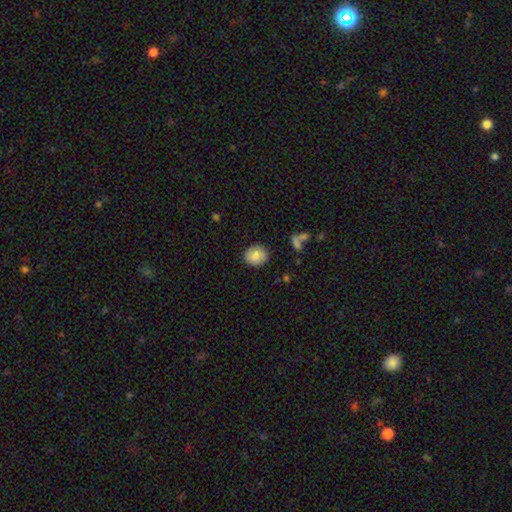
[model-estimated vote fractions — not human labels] smooth-or-featured: smooth: 85% | featured or disk: 8% | star or artifact: 7%
  how-rounded: round: 81% | in between: 18% | cigar-shaped: 1%
  merging: none: 87% | minor disturbance: 9% | major disturbance: 2% | merger: 1%